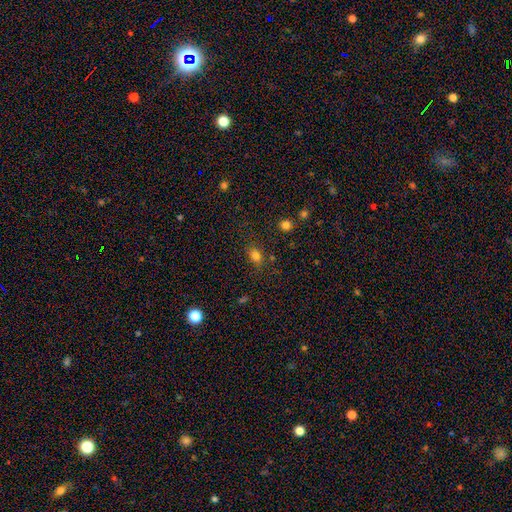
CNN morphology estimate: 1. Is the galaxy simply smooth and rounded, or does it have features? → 80% smooth, 14% star or artifact, 7% featured or disk.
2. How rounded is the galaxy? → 62% in between, 36% round, 2% cigar-shaped.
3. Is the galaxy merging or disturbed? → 77% none, 15% minor disturbance, 5% major disturbance, 4% merger.